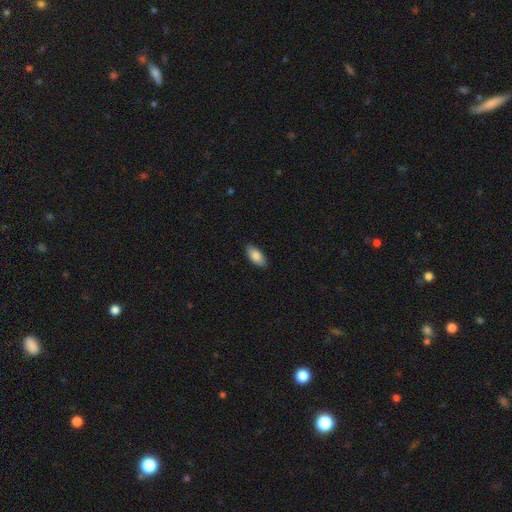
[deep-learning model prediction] Smooth or featured?
  - smooth: 86% *
  - featured or disk: 8%
  - star or artifact: 6%
How rounded?
  - in between: 90% *
  - cigar-shaped: 7%
  - round: 2%
Merging?
  - none: 87% *
  - minor disturbance: 10%
  - major disturbance: 2%
  - merger: 1%